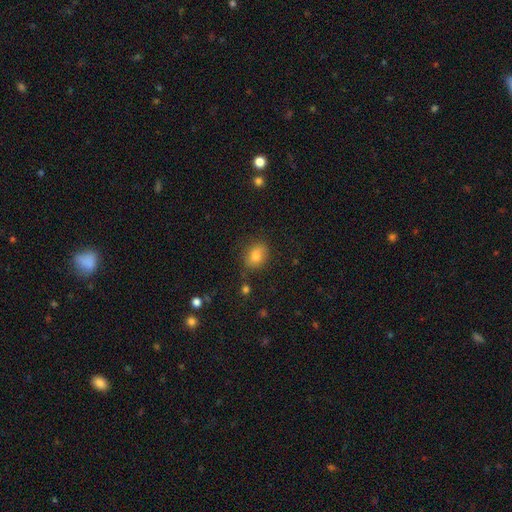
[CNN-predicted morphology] Q: Smooth or featured?
A: smooth (79%); runner-up: star or artifact (11%)
Q: How rounded?
A: in between (57%); runner-up: round (42%)
Q: Merging?
A: none (78%); runner-up: minor disturbance (15%)